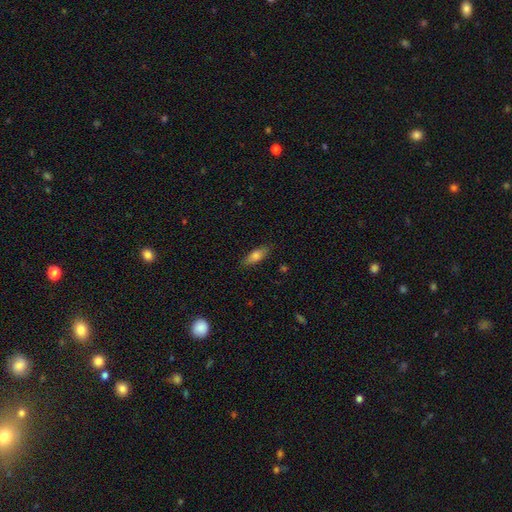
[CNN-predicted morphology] Smooth or featured? Predicted: smooth (p=0.76). How rounded? Predicted: in between (p=0.68). Merging? Predicted: none (p=0.84).